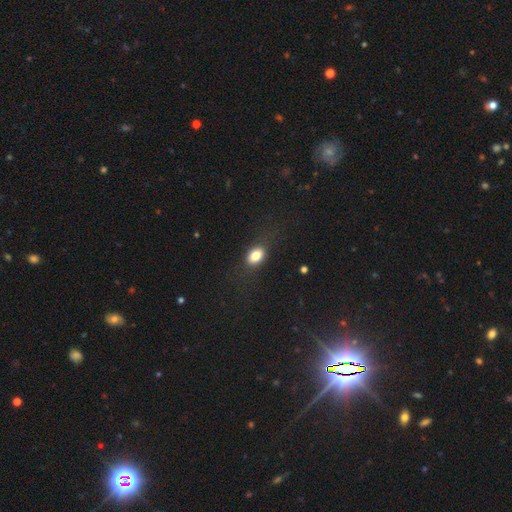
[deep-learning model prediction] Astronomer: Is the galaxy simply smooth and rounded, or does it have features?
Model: smooth — 82%.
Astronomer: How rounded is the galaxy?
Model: in between — 82%.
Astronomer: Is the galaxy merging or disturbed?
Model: none — 80%.